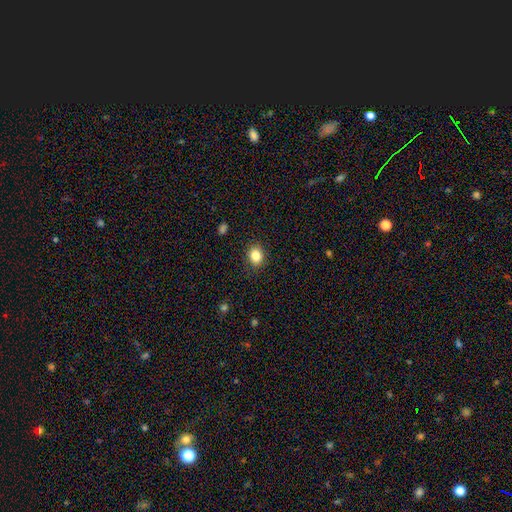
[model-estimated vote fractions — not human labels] smooth_or_featured: smooth (p=0.84) [alt: star or artifact p=0.10]
how_rounded: round (p=0.51) [alt: in between p=0.48]
merging: none (p=0.88) [alt: minor disturbance p=0.09]